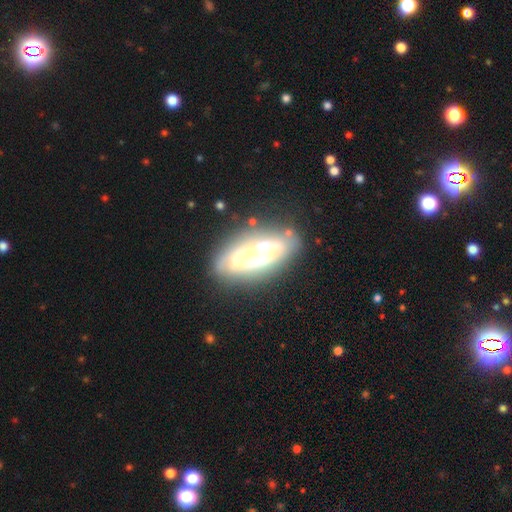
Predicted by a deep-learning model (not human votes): Smooth or featured? Predicted: featured or disk (p=0.62). Edge-on disk? Predicted: no (p=0.75). Merging? Predicted: none (p=0.66).